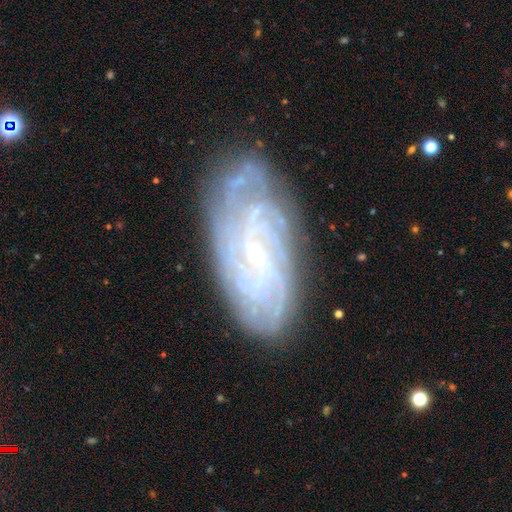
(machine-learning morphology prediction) The model was most divided on "spiral arm count": can't tell: 33%, 4: 22%, more than 4: 16%, 3: 13%, 2: 10%, 1: 6%. More confident: spiral arms — yes (96%); edge-on disk — no (94%); smooth or featured — featured or disk (84%); bulge size — small (83%); merging — none (78%); spiral winding — tight (75%); bar — no (60%).